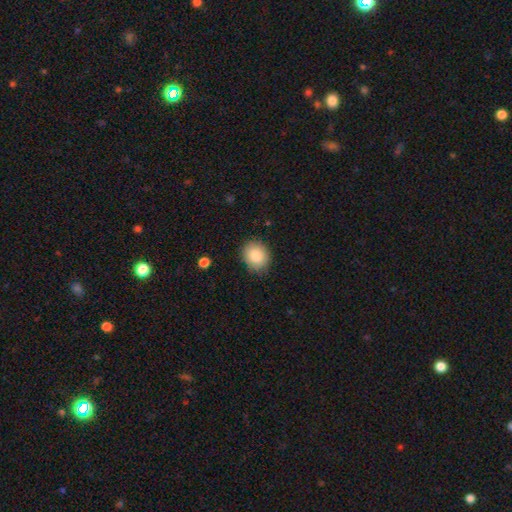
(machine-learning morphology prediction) A smooth galaxy with no disk features (87%) that is round (62%).

Vote fractions:
- Smooth or featured? smooth: 87% / star or artifact: 8% / featured or disk: 6%
- How rounded? round: 62% / in between: 37% / cigar-shaped: 1%
- Merging? none: 83% / minor disturbance: 13% / major disturbance: 3% / merger: 1%